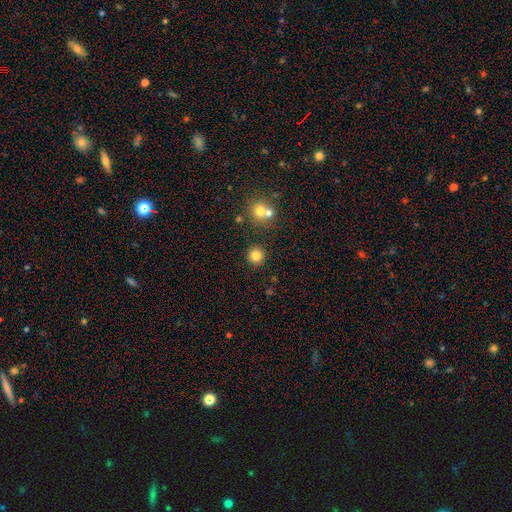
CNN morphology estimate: type=smooth (81%); roundness=round (94%); merging=none (87%).